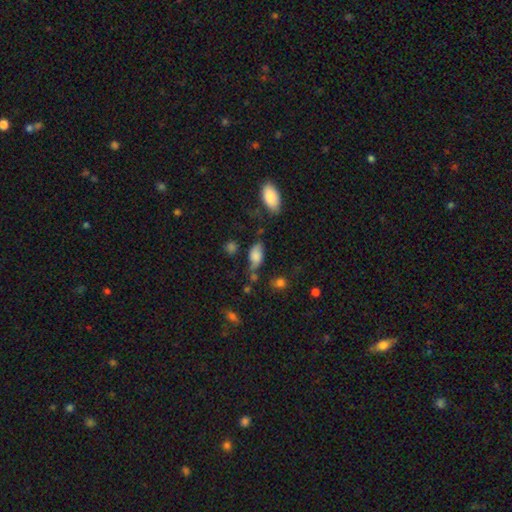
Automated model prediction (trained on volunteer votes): smooth-or-featured: smooth: 76% | featured or disk: 15% | star or artifact: 9%
  how-rounded: in between: 89% | cigar-shaped: 6% | round: 5%
  merging: none: 52% | minor disturbance: 30% | major disturbance: 11% | merger: 8%